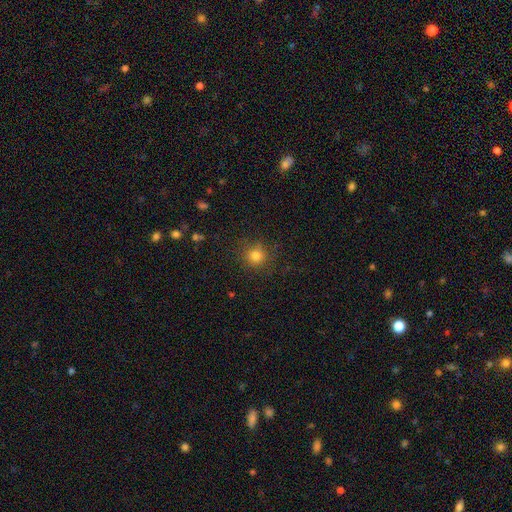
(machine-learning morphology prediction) This appears to be a smooth galaxy with no disk features (80%) that is round (91%). Merging: none (85%).